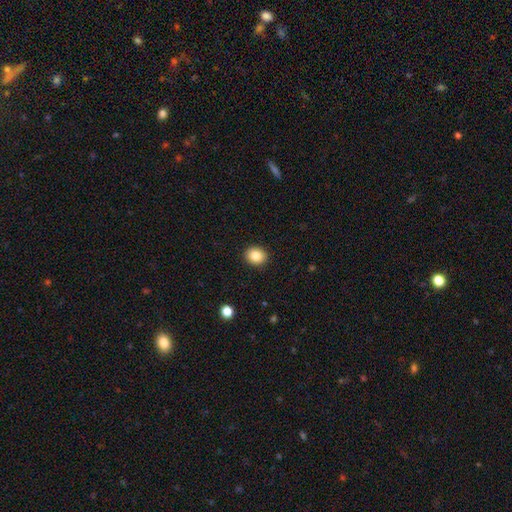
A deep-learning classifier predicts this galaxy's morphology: A smooth galaxy with no disk features (85%) that is round (73%).

Vote fractions:
- Smooth or featured? smooth: 85% / star or artifact: 9% / featured or disk: 6%
- How rounded? round: 73% / in between: 26% / cigar-shaped: 1%
- Merging? none: 92% / minor disturbance: 6% / major disturbance: 2% / merger: 1%